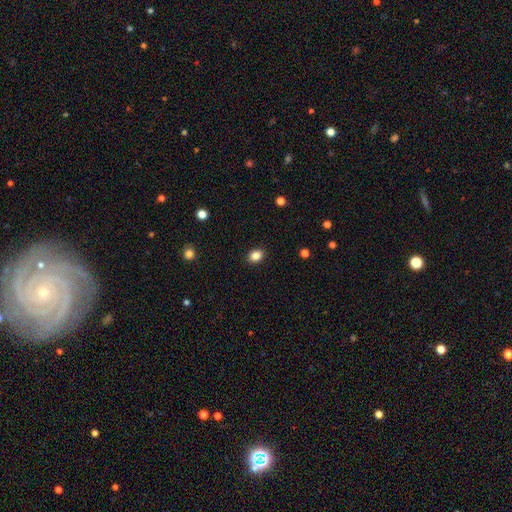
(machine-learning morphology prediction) Smooth or featured? smooth (86%)
How rounded? in between (61%)
Merging? none (90%)